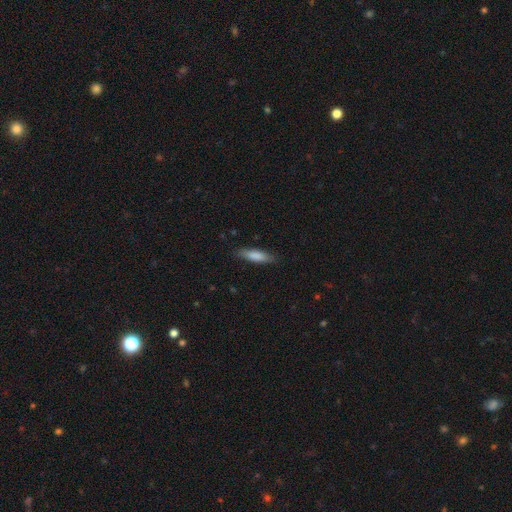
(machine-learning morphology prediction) Q: Smooth or featured?
A: smooth (81%); runner-up: featured or disk (13%)
Q: How rounded?
A: cigar-shaped (66%); runner-up: in between (32%)
Q: Merging?
A: none (84%); runner-up: minor disturbance (12%)